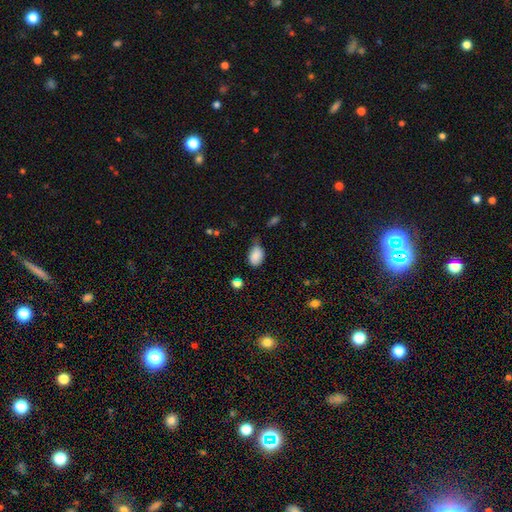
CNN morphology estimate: Smooth or featured?
  - smooth: 86% *
  - star or artifact: 8%
  - featured or disk: 6%
How rounded?
  - in between: 82% *
  - round: 17%
  - cigar-shaped: 1%
Merging?
  - none: 44% *
  - minor disturbance: 42%
  - major disturbance: 11%
  - merger: 3%